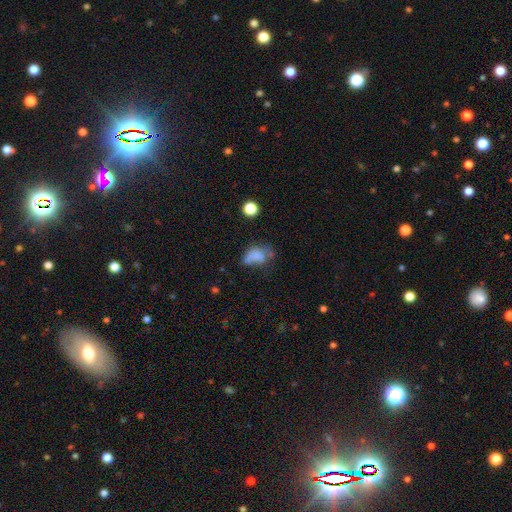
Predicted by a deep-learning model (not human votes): Smooth or featured: smooth — 65% (featured or disk — 21%)
How rounded: in between — 81% (round — 16%)
Merging: major disturbance — 36% (none — 27%)